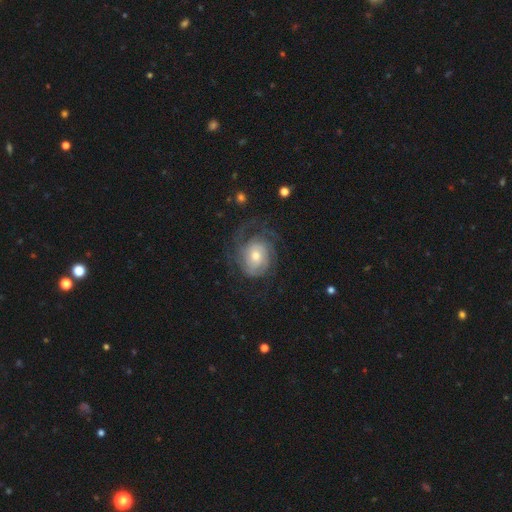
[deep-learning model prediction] Morphology: type=featured or disk (82%); edge-on=no (97%); bar=no (72%); spiral arms=yes (94%); winding=tight (66%); arm count=can't tell (35%); bulge=moderate (56%); merging=none (63%).